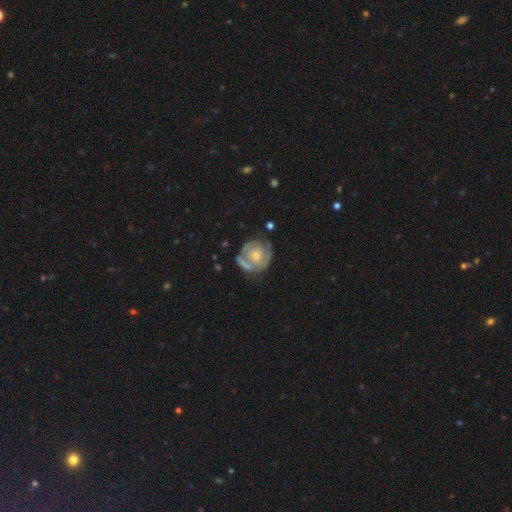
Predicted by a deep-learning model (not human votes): featured or disk 79%, smooth 16%, star or artifact 5%. Down the decision tree: edge-on disk — no (98%); bar — no (76%); spiral arms — yes (89%); spiral arm count — 2 (56%); spiral winding — tight (69%); bulge size — small (61%); merging — none (60%).